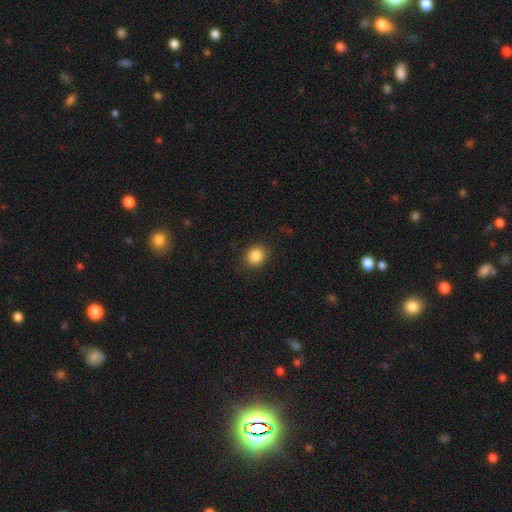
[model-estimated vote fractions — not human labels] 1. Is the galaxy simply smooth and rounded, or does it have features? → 85% smooth, 10% star or artifact, 4% featured or disk.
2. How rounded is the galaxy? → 77% round, 22% in between, 1% cigar-shaped.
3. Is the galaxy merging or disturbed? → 88% none, 8% minor disturbance, 2% major disturbance, 1% merger.